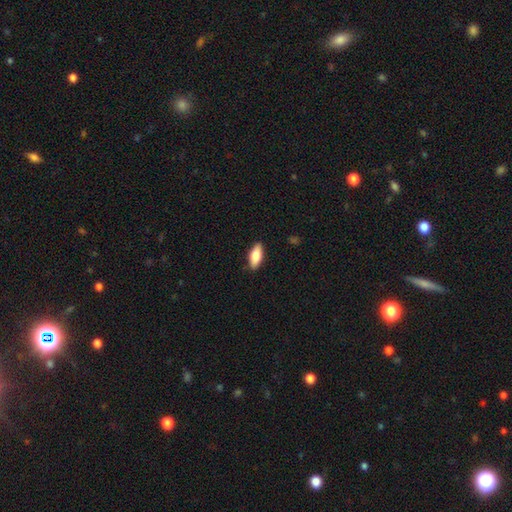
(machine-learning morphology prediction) Smooth or featured? Predicted: smooth (p=0.76). How rounded? Predicted: in between (p=0.80). Merging? Predicted: none (p=0.88).